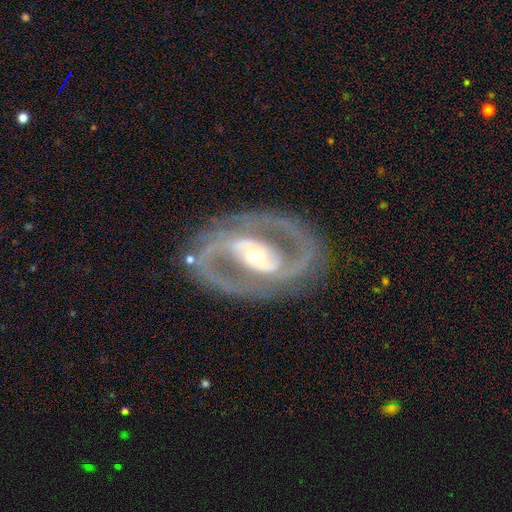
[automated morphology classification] Smooth or featured? Predicted: featured or disk (p=0.92). Edge-on disk? Predicted: no (p=0.97). Bar? Predicted: strong (p=0.46). Spiral arms? Predicted: yes (p=0.96). Spiral winding? Predicted: medium (p=0.56). Spiral arm count? Predicted: 2 (p=0.92). Bulge size? Predicted: moderate (p=0.53). Merging? Predicted: none (p=0.83).